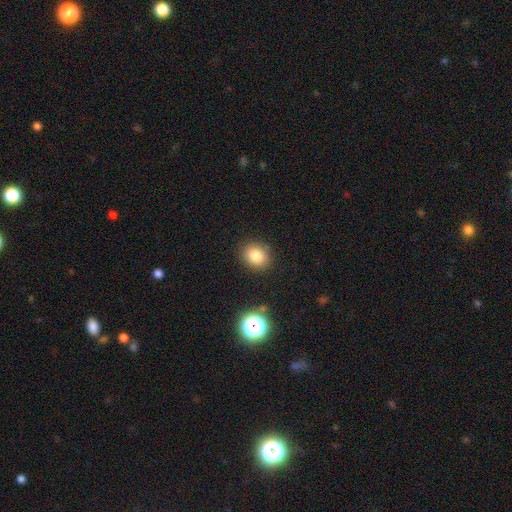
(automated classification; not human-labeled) A smooth galaxy with no disk features (82%) that is round (67%).

Vote fractions:
- Smooth or featured? smooth: 82% / star or artifact: 12% / featured or disk: 6%
- How rounded? round: 67% / in between: 32% / cigar-shaped: 1%
- Merging? none: 87% / minor disturbance: 8% / major disturbance: 3% / merger: 2%